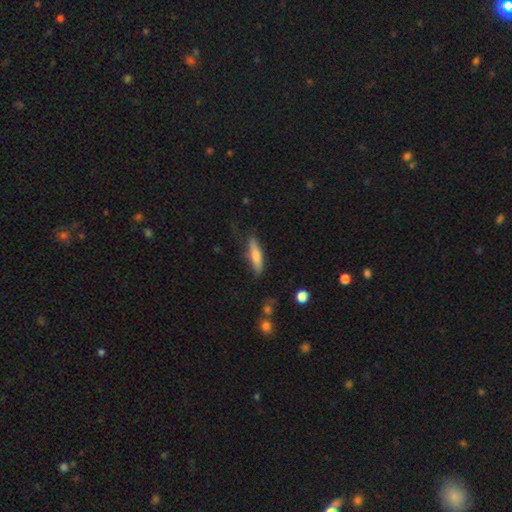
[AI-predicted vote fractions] This appears to be a smooth galaxy with no disk features (68%) that is cigar-shaped (74%). Merging: none (74%).